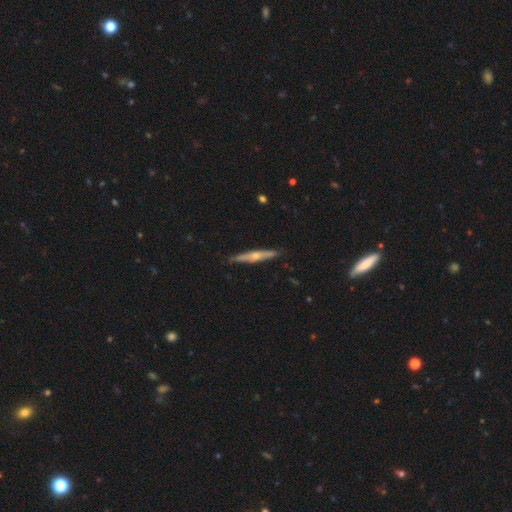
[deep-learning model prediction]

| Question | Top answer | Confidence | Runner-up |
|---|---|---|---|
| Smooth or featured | featured or disk | 69% | smooth (25%) |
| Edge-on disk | yes | 95% | no (5%) |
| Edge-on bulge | rounded | 87% | none (10%) |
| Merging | none | 88% | minor disturbance (10%) |